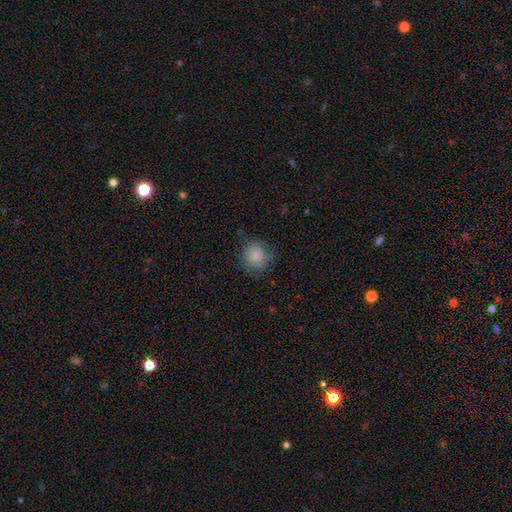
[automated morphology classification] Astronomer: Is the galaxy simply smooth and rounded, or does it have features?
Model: smooth — 83%.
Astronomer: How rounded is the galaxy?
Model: round — 87%.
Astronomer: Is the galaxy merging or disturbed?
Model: none — 74%.